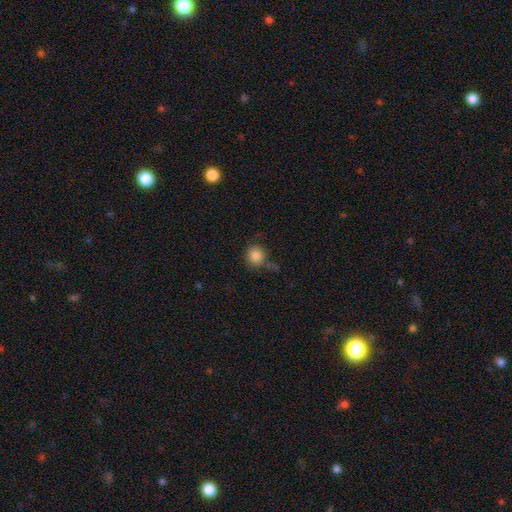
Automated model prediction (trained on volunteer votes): A smooth galaxy with no disk features (85%) that is round (89%). Merging: none (71%).